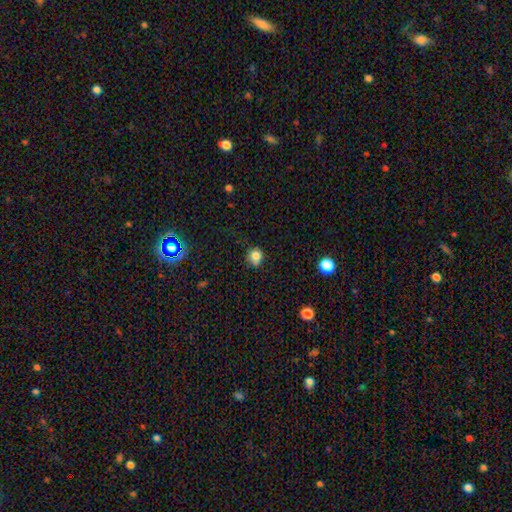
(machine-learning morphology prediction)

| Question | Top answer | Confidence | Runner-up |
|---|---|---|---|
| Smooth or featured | smooth | 80% | star or artifact (13%) |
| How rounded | round | 83% | in between (17%) |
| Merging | none | 65% | minor disturbance (25%) |